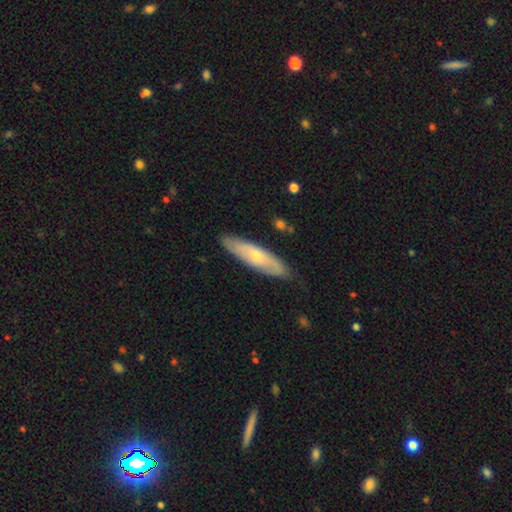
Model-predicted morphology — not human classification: Smooth or featured?
  - smooth: 51% *
  - featured or disk: 44%
  - star or artifact: 5%
How rounded?
  - cigar-shaped: 64% *
  - in between: 34%
  - round: 2%
Merging?
  - none: 82% *
  - minor disturbance: 14%
  - major disturbance: 2%
  - merger: 1%